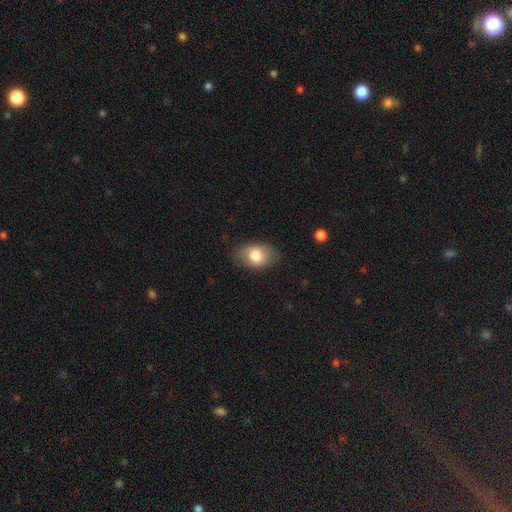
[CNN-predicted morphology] Overall: smooth (81%). How rounded: in between (81%). Merging: none (79%).